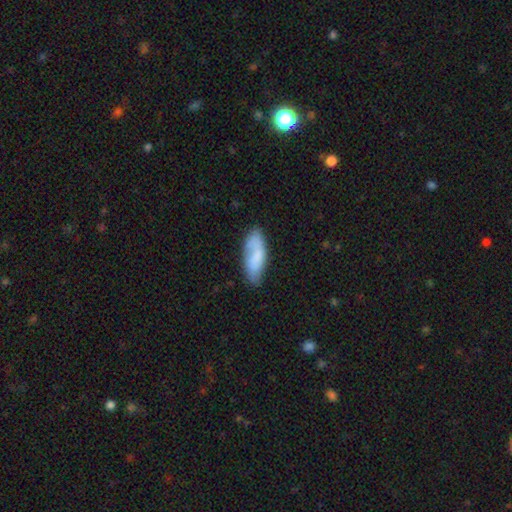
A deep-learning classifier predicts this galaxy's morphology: Smooth or featured? Predicted: smooth (p=0.65). How rounded? Predicted: in between (p=0.69). Merging? Predicted: none (p=0.66).